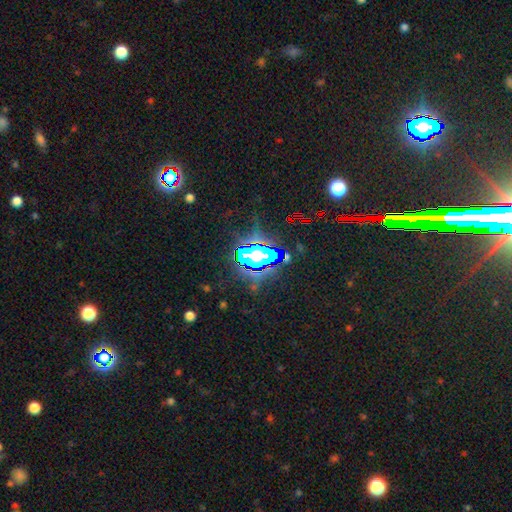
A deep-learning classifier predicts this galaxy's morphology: smooth_or_featured: star or artifact (p=0.68) [alt: smooth p=0.17]